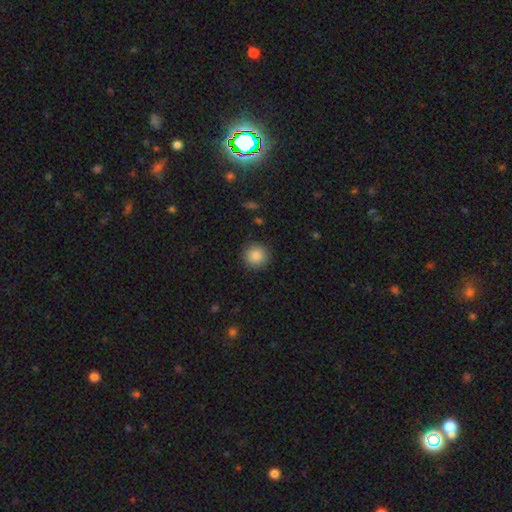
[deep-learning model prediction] This is clearly a smooth galaxy (87%). How rounded: clearly round (94%). Merging: clearly none (90%).